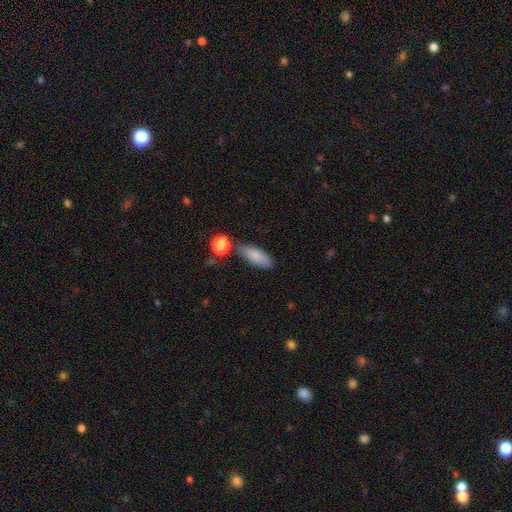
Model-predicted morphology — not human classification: smooth_or_featured: smooth (p=0.81) [alt: featured or disk p=0.11]
how_rounded: in between (p=0.73) [alt: cigar-shaped p=0.23]
merging: none (p=0.71) [alt: minor disturbance p=0.17]